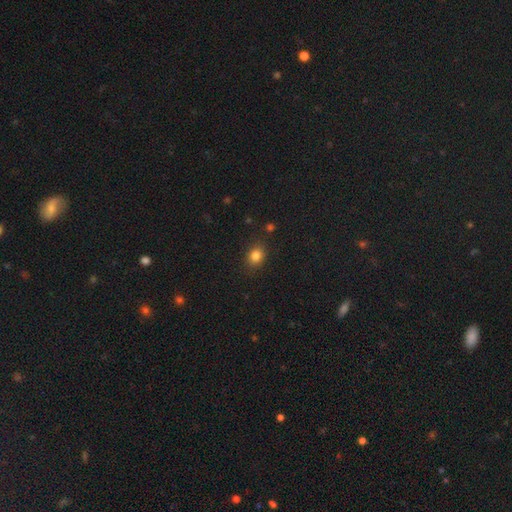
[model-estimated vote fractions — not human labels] Smooth or featured: smooth — 82% (star or artifact — 12%)
How rounded: round — 55% (in between — 44%)
Merging: none — 85% (minor disturbance — 10%)